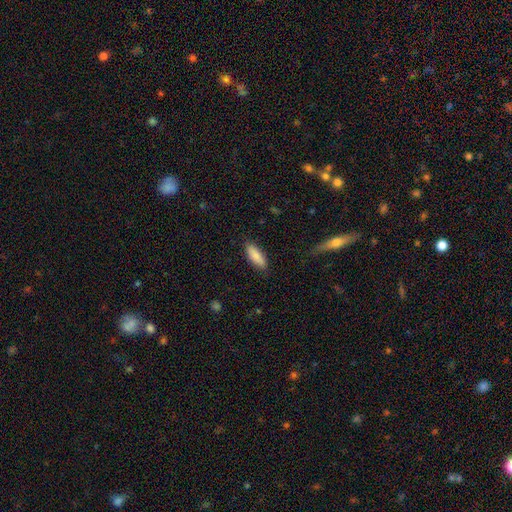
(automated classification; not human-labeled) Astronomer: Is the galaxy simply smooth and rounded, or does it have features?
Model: smooth — 86%.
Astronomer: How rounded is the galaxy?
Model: in between — 63%.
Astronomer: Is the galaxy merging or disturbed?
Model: none — 86%.